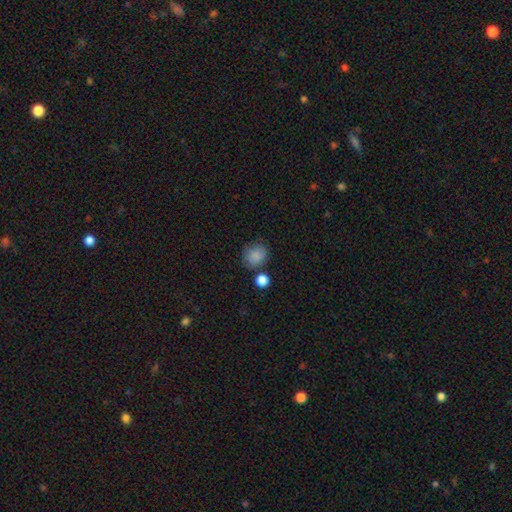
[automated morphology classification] Smooth or featured? smooth (86%)
How rounded? round (69%)
Merging? none (74%)